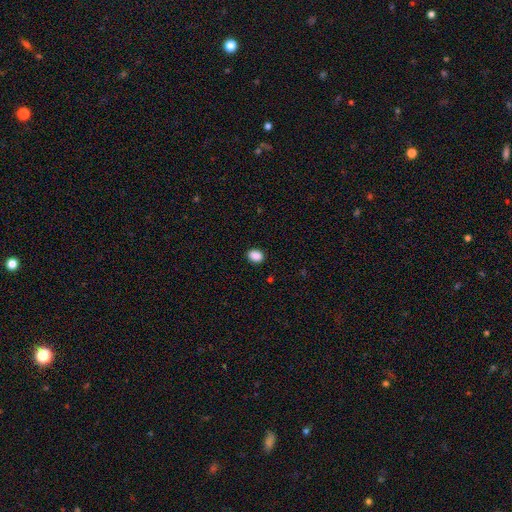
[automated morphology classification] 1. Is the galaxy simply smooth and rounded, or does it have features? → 89% smooth, 9% star or artifact, 2% featured or disk.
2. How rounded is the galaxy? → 58% in between, 41% round, 1% cigar-shaped.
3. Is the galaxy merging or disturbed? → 89% none, 8% minor disturbance, 2% major disturbance, 1% merger.